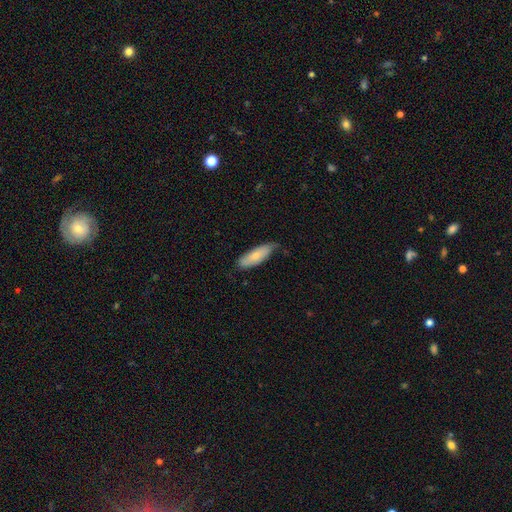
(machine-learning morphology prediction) The model was most divided on "how rounded": in between: 62%, cigar-shaped: 36%, round: 2%. More confident: smooth or featured — smooth (72%); merging — none (62%).